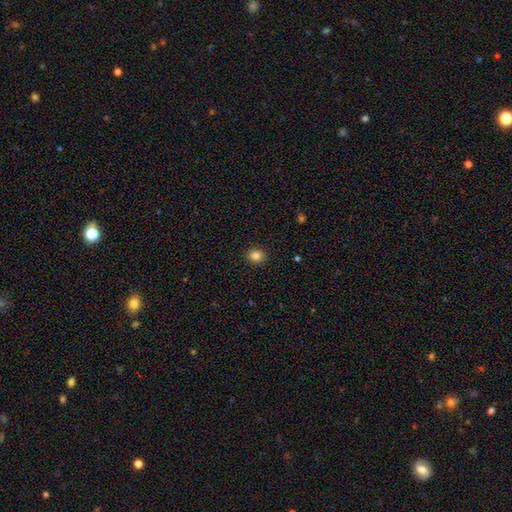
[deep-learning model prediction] Q: Smooth or featured?
A: smooth (85%); runner-up: star or artifact (11%)
Q: How rounded?
A: round (79%); runner-up: in between (20%)
Q: Merging?
A: none (92%); runner-up: minor disturbance (6%)